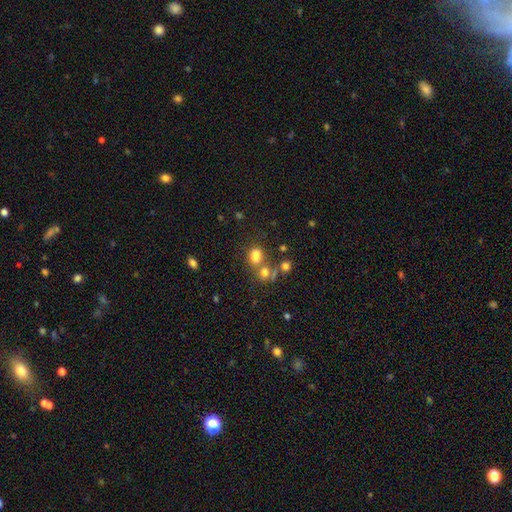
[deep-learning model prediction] Smooth or featured?
  - smooth: 73% *
  - star or artifact: 17%
  - featured or disk: 10%
How rounded?
  - in between: 62% *
  - round: 36%
  - cigar-shaped: 2%
Merging?
  - none: 46% *
  - merger: 36%
  - minor disturbance: 12%
  - major disturbance: 6%